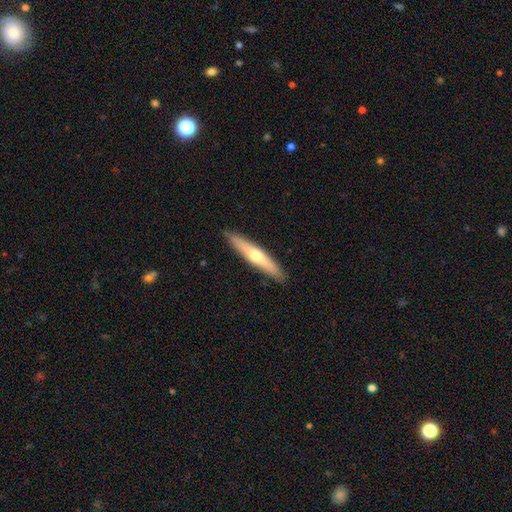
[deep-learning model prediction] Overall: featured or disk (51%; smooth 44%). Edge-on disk: yes (90%). Merging: none (90%).